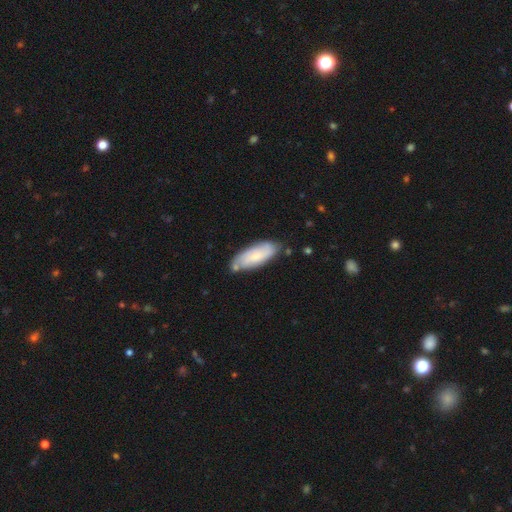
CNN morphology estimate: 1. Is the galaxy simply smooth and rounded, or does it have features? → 57% smooth, 37% featured or disk, 6% star or artifact.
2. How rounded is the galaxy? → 71% in between, 28% cigar-shaped, 2% round.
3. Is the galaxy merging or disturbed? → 69% none, 19% minor disturbance, 8% merger, 4% major disturbance.